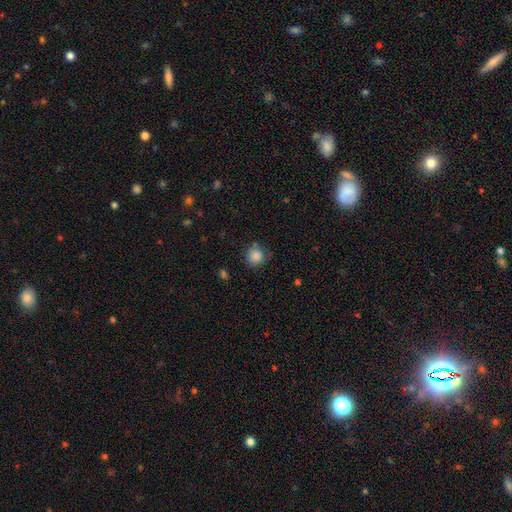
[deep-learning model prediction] This appears to be a smooth galaxy with no disk features (84%) that is round (91%). Merging: none (73%).